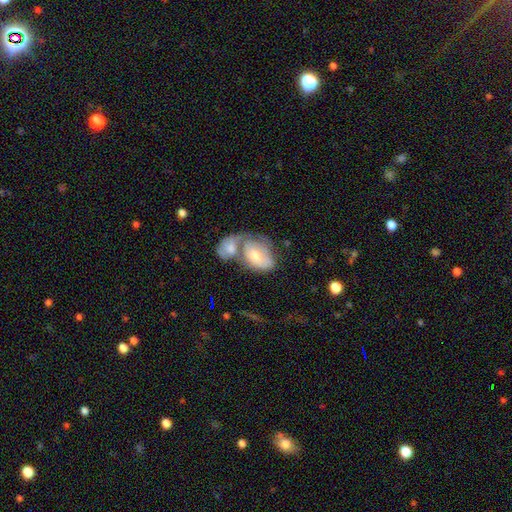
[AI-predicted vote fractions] smooth_or_featured: smooth (p=0.47) [alt: featured or disk p=0.46]
merging: merger (p=0.65) [alt: none p=0.18]